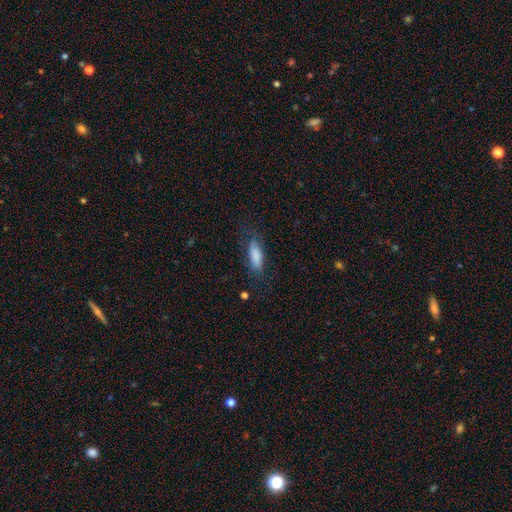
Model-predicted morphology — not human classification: The model was most divided on "merging": none: 66%, minor disturbance: 21%, major disturbance: 11%, merger: 2%. More confident: smooth or featured — smooth (81%); how rounded — in between (72%).